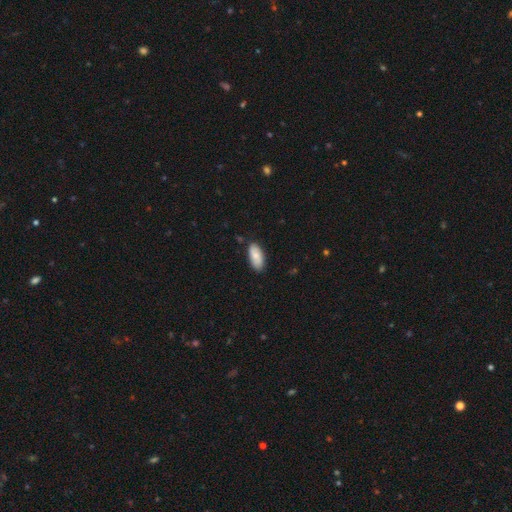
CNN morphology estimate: smooth 79%, featured or disk 15%, star or artifact 6%. Down the decision tree: how rounded — in between (90%); merging — none (82%).